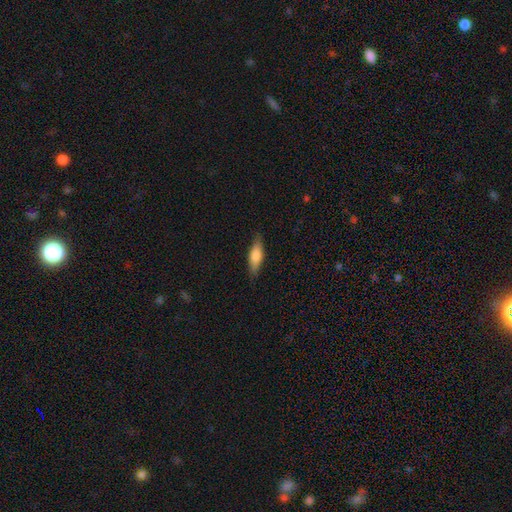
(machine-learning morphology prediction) Overall: smooth (74%). How rounded: in between (53%; cigar-shaped 45%). Merging: none (83%).